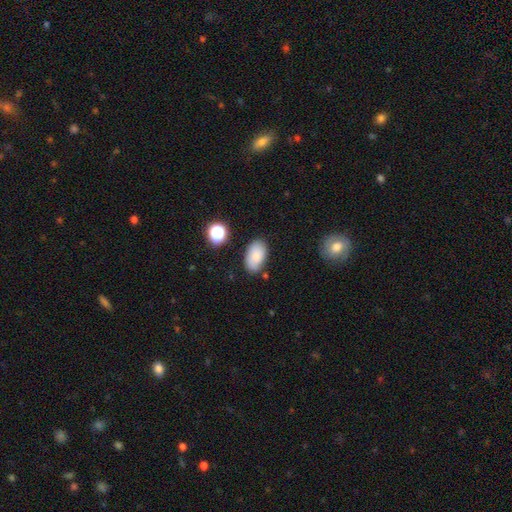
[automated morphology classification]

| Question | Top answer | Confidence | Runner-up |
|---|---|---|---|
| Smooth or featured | smooth | 80% | featured or disk (11%) |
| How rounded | in between | 92% | round (7%) |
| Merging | none | 76% | minor disturbance (16%) |